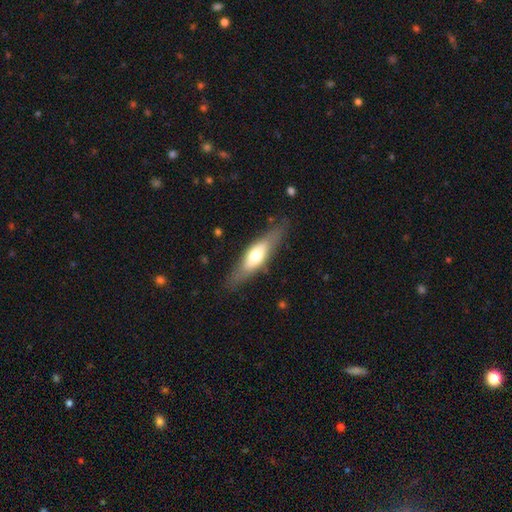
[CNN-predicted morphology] Q: Smooth or featured?
A: smooth (51%); runner-up: featured or disk (43%)
Q: How rounded?
A: cigar-shaped (55%); runner-up: in between (43%)
Q: Merging?
A: none (80%); runner-up: minor disturbance (14%)